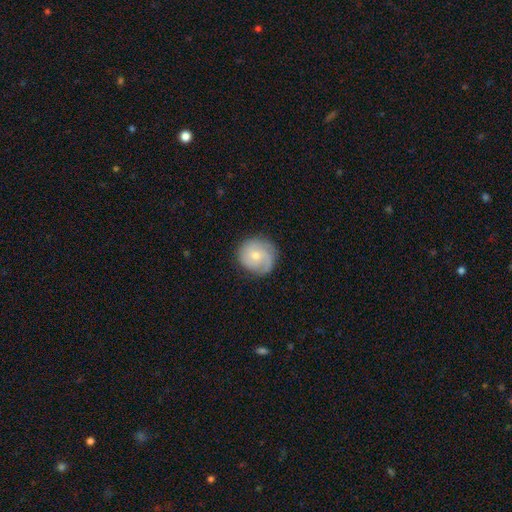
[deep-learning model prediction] This appears to be a featured or disk galaxy (52%) with no bar (73%), spiral arms (87%) and a moderate central bulge (48%). Merging: none (78%).